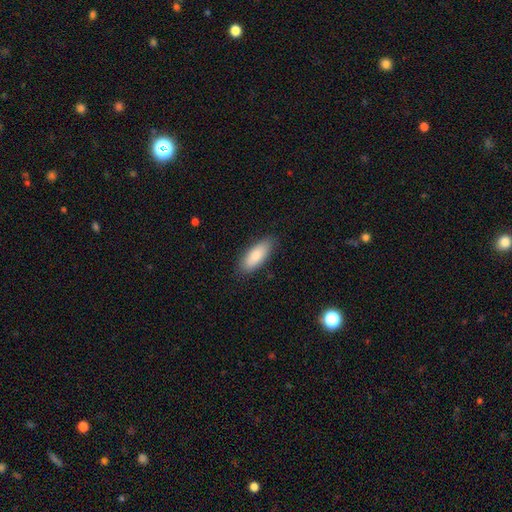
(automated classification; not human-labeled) Smooth or featured: smooth — 85% (featured or disk — 9%)
How rounded: in between — 76% (cigar-shaped — 22%)
Merging: none — 85% (minor disturbance — 12%)